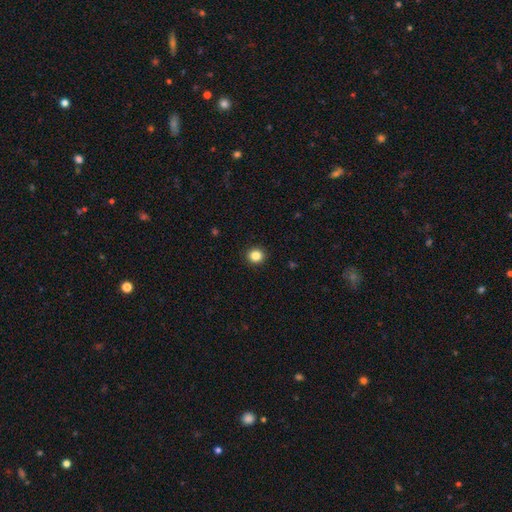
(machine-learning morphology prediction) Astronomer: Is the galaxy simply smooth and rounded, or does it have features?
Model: smooth — 85%.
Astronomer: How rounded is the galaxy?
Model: round — 90%.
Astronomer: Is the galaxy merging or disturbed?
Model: none — 93%.